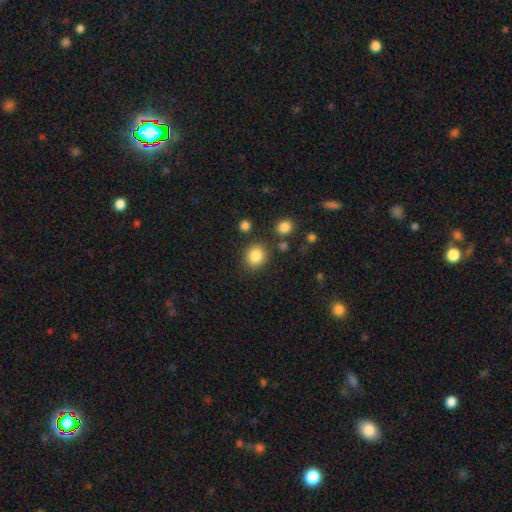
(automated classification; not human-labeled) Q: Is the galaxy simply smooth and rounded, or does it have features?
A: smooth — 86%.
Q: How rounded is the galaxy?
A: round — 79%.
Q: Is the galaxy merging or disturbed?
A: none — 83%.